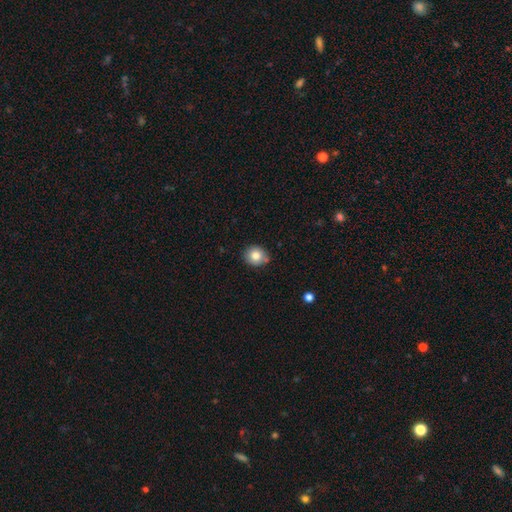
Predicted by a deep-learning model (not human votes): Smooth or featured? smooth (81%)
How rounded? round (85%)
Merging? none (78%)